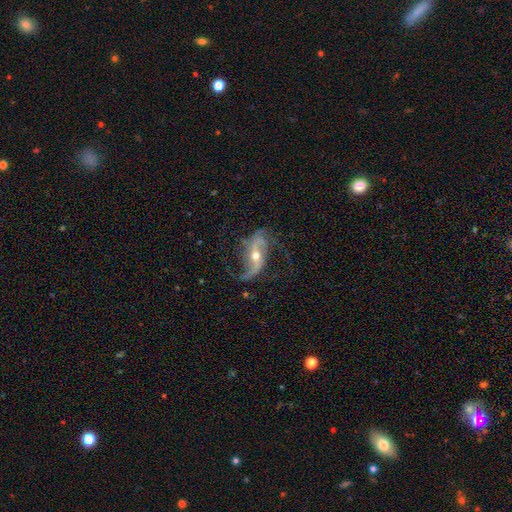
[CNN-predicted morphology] smooth_or_featured: featured or disk (p=0.88) [alt: star or artifact p=0.06]
disk_edge_on: no (p=0.94) [alt: yes p=0.06]
bar: strong (p=0.35) [alt: no p=0.34]
has_spiral_arms: yes (p=0.96) [alt: no p=0.04]
spiral_winding: loose (p=0.74) [alt: medium p=0.20]
spiral_arm_count: 2 (p=0.90) [alt: 1 p=0.03]
bulge_size: moderate (p=0.57) [alt: small p=0.38]
merging: none (p=0.67) [alt: minor disturbance p=0.18]